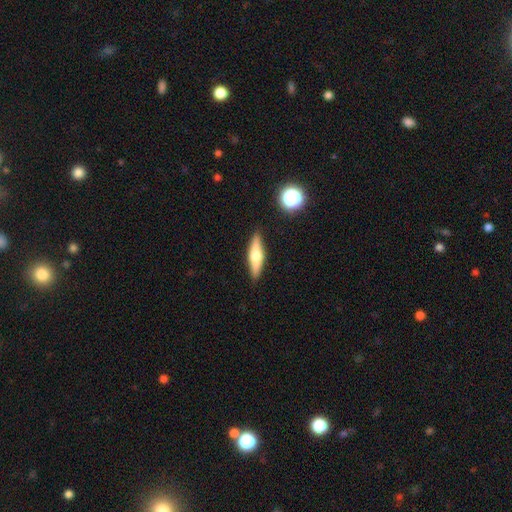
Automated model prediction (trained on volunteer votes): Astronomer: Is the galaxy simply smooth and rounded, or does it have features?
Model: featured or disk — 47% (runner-up: smooth, 46%).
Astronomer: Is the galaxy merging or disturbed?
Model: none — 89%.